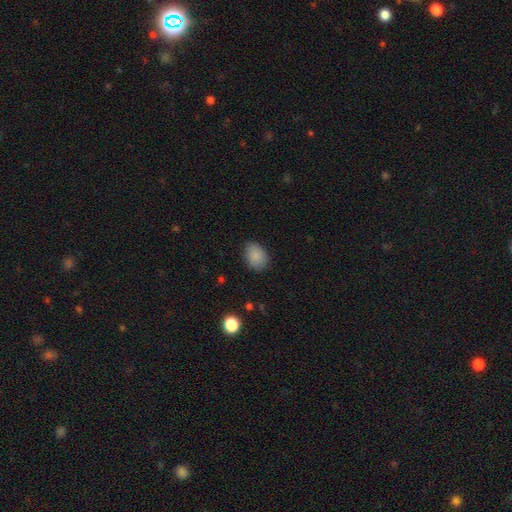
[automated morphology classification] smooth 87%, star or artifact 8%, featured or disk 5%. Down the decision tree: how rounded — in between (73%); merging — none (79%).